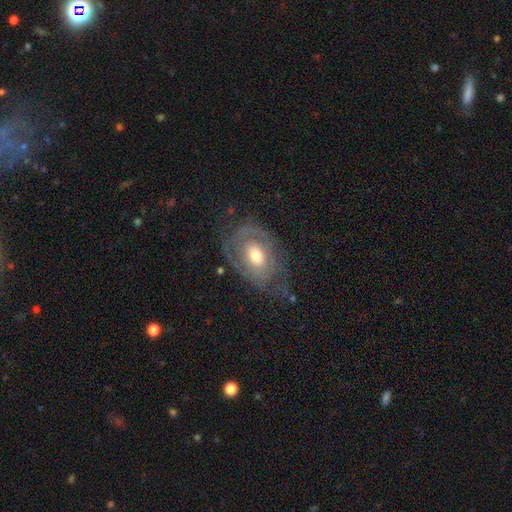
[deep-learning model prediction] The model was most divided on "bar": no: 66%, weak: 27%, strong: 7%. More confident: edge-on disk — no (95%); smooth or featured — featured or disk (71%); spiral arms — yes (69%); bulge size — moderate (69%); merging — none (62%).